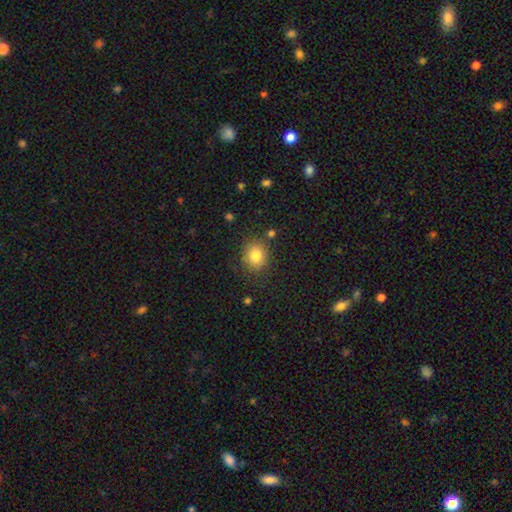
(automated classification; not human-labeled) This is clearly a smooth galaxy (82%). How rounded: likely round (69%). Merging: clearly none (81%).